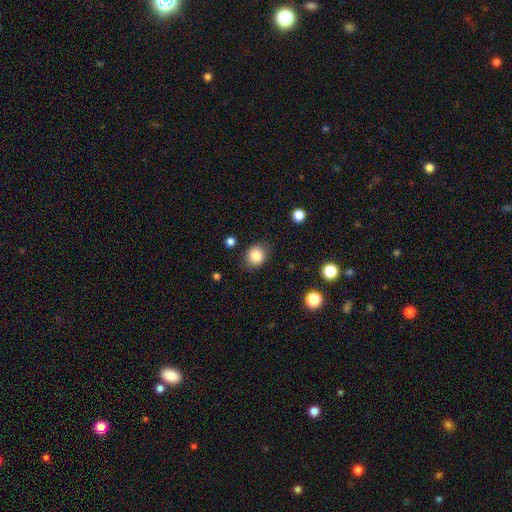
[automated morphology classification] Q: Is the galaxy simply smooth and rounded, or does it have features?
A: smooth — 85%.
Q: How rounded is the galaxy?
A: round — 71%.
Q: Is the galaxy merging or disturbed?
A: none — 82%.